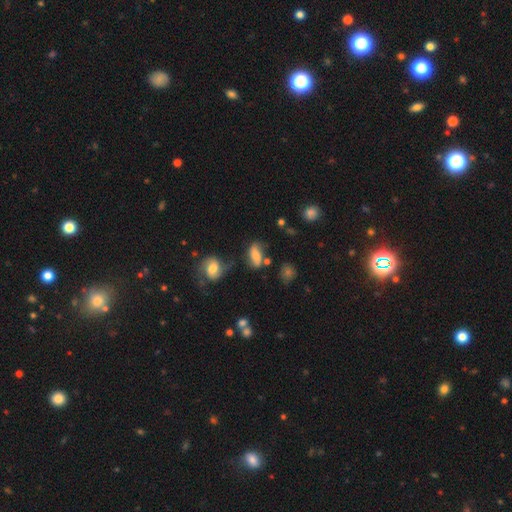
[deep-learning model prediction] This is possibly a smooth galaxy (53%). How rounded: clearly in between (83%). Merging: possibly none (52%).